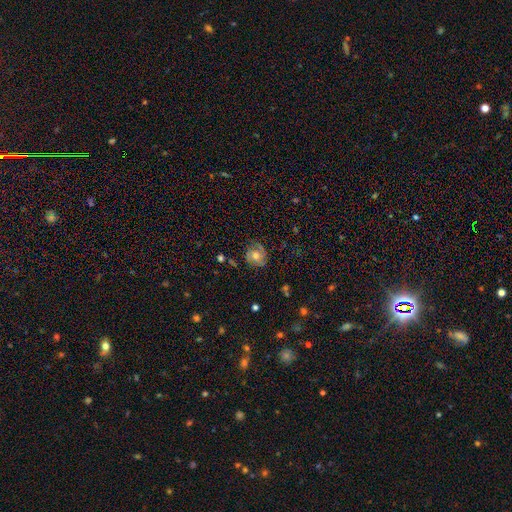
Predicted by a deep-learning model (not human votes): Smooth or featured? Predicted: featured or disk (p=0.45). Merging? Predicted: none (p=0.72).